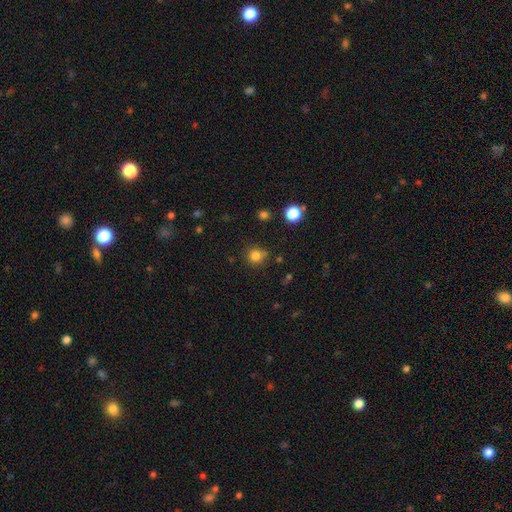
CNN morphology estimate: A smooth galaxy with no disk features (81%) that is round (91%). Merging: none (76%).